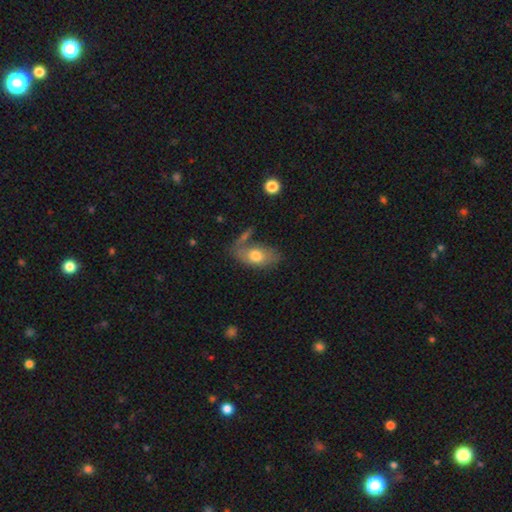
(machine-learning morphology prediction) Overall: smooth (70%). How rounded: in between (89%). Merging: none (55%; minor disturbance 21%).